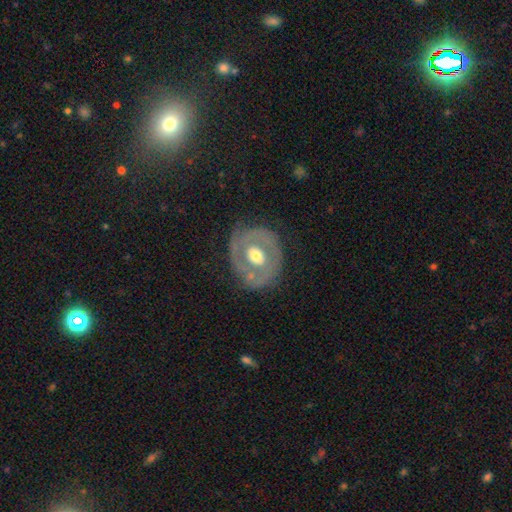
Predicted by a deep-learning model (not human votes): Q: Smooth or featured?
A: featured or disk (69%); runner-up: smooth (25%)
Q: Edge-on disk?
A: no (96%); runner-up: yes (4%)
Q: Bar?
A: no (74%); runner-up: weak (19%)
Q: Spiral arms?
A: no (55%); runner-up: yes (45%)
Q: Bulge size?
A: moderate (72%); runner-up: large (16%)
Q: Merging?
A: none (67%); runner-up: minor disturbance (20%)